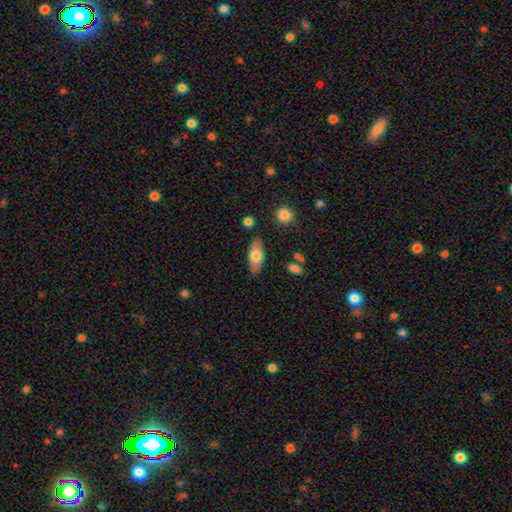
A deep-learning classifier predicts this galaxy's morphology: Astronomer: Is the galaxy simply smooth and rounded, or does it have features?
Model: smooth — 70%.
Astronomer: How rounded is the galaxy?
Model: in between — 82%.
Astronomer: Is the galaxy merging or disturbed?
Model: none — 81%.